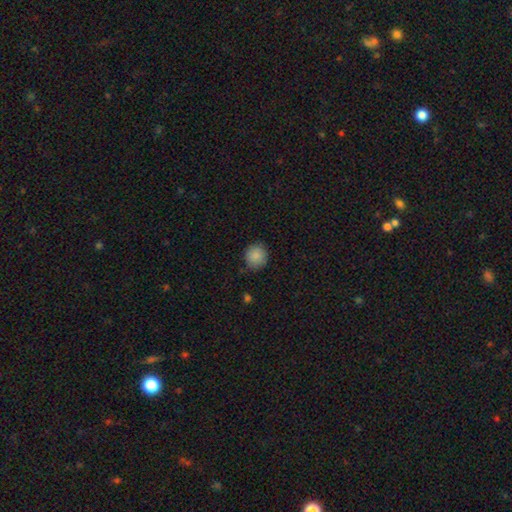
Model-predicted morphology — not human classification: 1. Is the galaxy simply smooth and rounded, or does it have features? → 88% smooth, 8% star or artifact, 4% featured or disk.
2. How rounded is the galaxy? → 88% round, 11% in between, 1% cigar-shaped.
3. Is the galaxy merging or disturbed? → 83% none, 13% minor disturbance, 3% major disturbance, 1% merger.